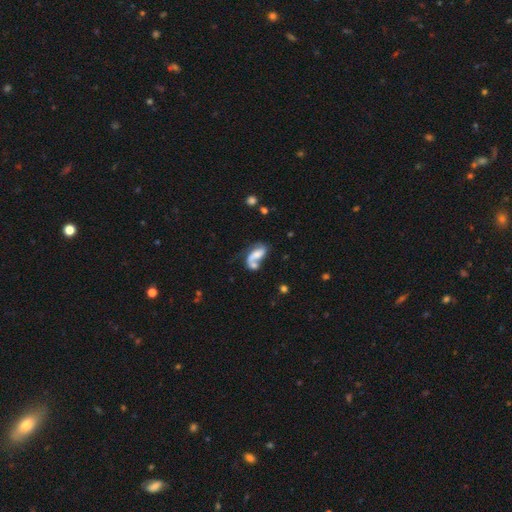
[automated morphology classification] The model was most divided on "smooth or featured": featured or disk: 49%, smooth: 42%, star or artifact: 9%. Remaining: merging — merger (46%).